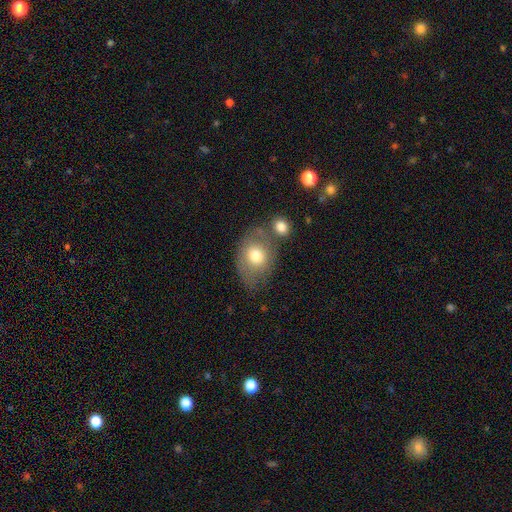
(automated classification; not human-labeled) The model was most divided on "merging": none: 51%, minor disturbance: 22%, merger: 18%, major disturbance: 9%. More confident: smooth or featured — smooth (70%); how rounded — in between (65%).